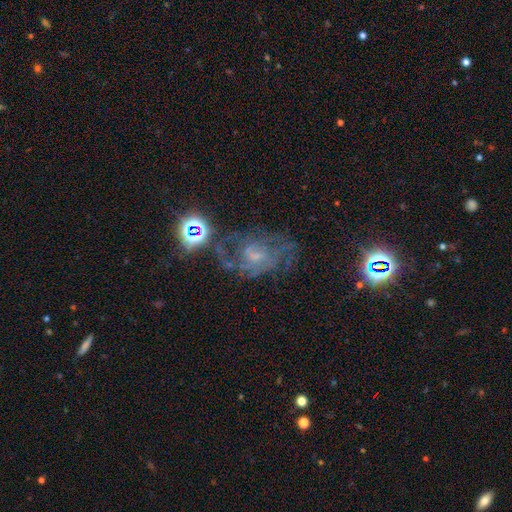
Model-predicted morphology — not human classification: Q: Smooth or featured?
A: featured or disk (67%); runner-up: star or artifact (20%)
Q: Edge-on disk?
A: no (97%); runner-up: yes (3%)
Q: Bar?
A: no (48%); runner-up: weak (43%)
Q: Spiral arms?
A: yes (82%); runner-up: no (18%)
Q: Spiral winding?
A: medium (44%); runner-up: tight (35%)
Q: Spiral arm count?
A: can't tell (43%); runner-up: 2 (24%)
Q: Bulge size?
A: small (47%); runner-up: none (26%)
Q: Merging?
A: none (48%); runner-up: major disturbance (26%)